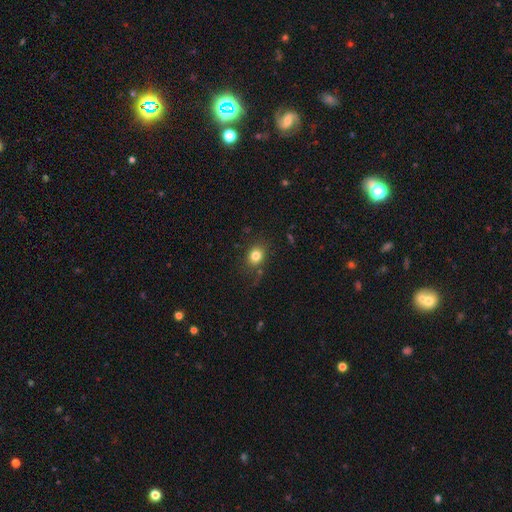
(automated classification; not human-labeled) Morphology: type=smooth (80%); roundness=round (60%); merging=none (77%).